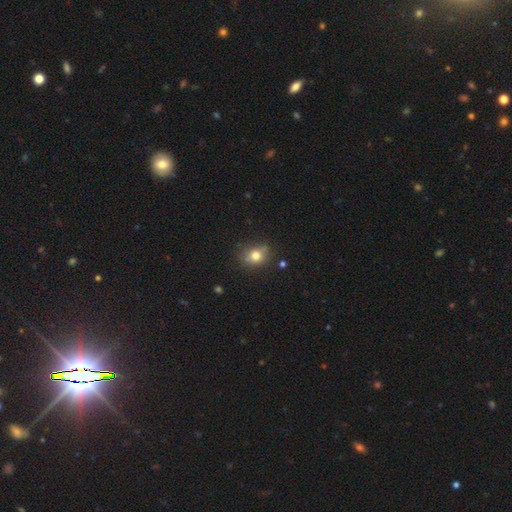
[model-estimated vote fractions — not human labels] Smooth or featured?
  - smooth: 76% *
  - featured or disk: 12%
  - star or artifact: 12%
How rounded?
  - round: 59% *
  - in between: 40%
  - cigar-shaped: 1%
Merging?
  - none: 71% *
  - minor disturbance: 20%
  - major disturbance: 5%
  - merger: 4%